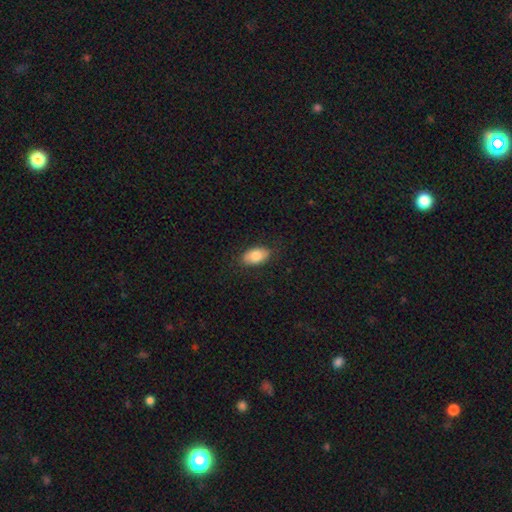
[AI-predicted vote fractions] smooth-or-featured: smooth: 82% | featured or disk: 12% | star or artifact: 7%
  how-rounded: in between: 92% | round: 6% | cigar-shaped: 2%
  merging: none: 84% | minor disturbance: 12% | major disturbance: 3% | merger: 1%